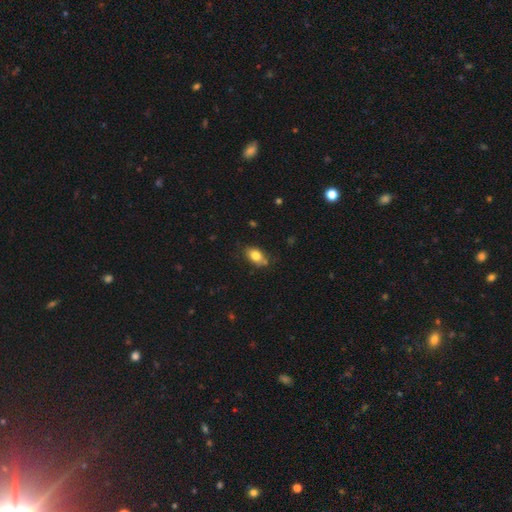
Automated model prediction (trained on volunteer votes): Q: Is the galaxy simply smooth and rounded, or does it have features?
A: smooth — 80%.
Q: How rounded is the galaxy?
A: in between — 83%.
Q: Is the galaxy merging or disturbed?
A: none — 71%.